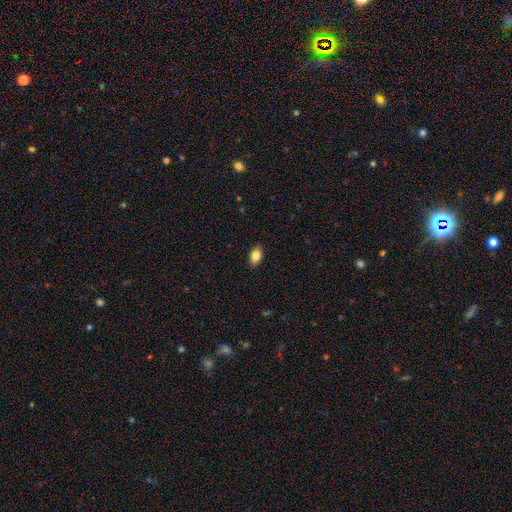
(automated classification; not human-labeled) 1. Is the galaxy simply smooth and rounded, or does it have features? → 81% smooth, 11% featured or disk, 8% star or artifact.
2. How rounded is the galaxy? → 89% in between, 7% round, 4% cigar-shaped.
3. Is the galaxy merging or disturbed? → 89% none, 9% minor disturbance, 2% major disturbance, 1% merger.